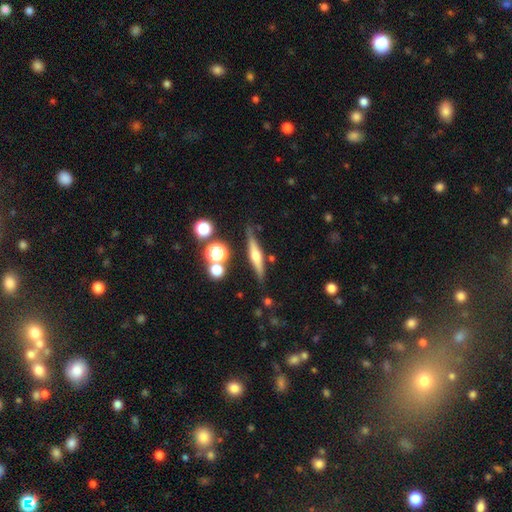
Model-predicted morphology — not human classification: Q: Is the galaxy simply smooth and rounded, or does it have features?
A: featured or disk — 64%.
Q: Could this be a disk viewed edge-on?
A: yes — 95%.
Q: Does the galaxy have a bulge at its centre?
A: rounded — 90%.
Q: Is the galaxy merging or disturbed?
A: none — 82%.